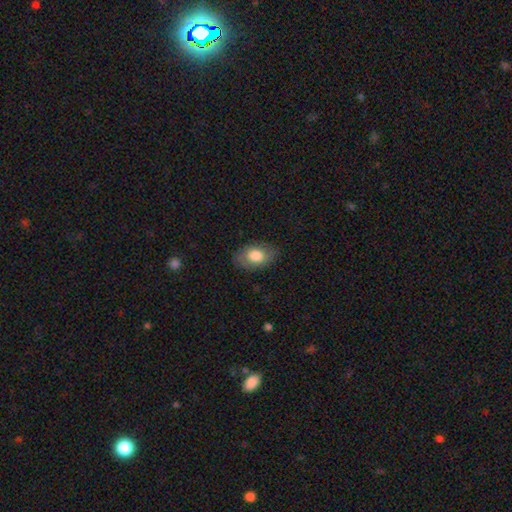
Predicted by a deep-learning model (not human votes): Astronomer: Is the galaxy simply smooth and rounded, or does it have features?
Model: smooth — 78%.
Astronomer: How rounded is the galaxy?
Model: in between — 88%.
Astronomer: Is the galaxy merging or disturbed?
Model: none — 80%.